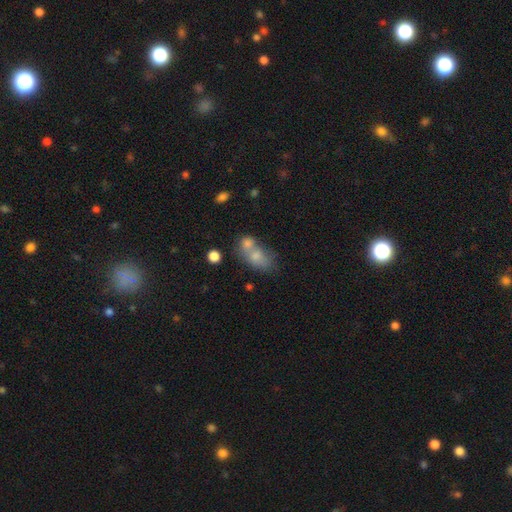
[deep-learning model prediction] Smooth or featured: smooth — 74% (featured or disk — 16%)
How rounded: in between — 76% (round — 21%)
Merging: merger — 58% (none — 25%)